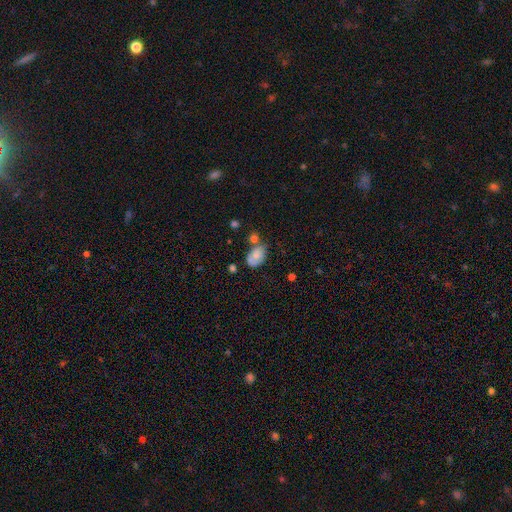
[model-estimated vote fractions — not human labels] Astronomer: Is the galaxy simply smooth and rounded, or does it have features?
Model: smooth — 69%.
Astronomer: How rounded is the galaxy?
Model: in between — 84%.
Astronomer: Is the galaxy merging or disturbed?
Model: none — 41% (runner-up: minor disturbance, 26%).